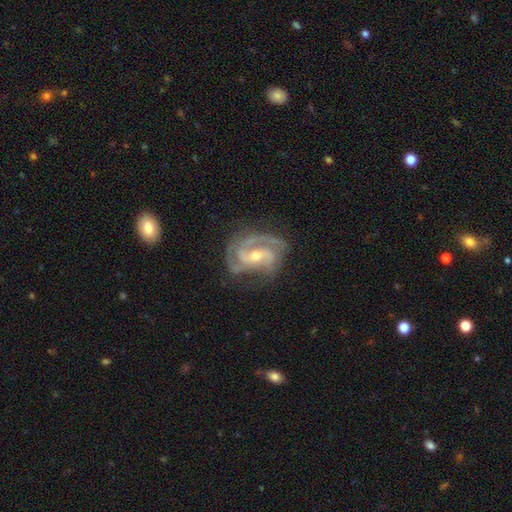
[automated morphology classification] A featured or disk galaxy (91%) with a weak bar (42%), 3 (47%) tight (47%) spiral arms (98%) and a moderate central bulge (49%).

Vote fractions:
- Smooth or featured? featured or disk: 91% / star or artifact: 5% / smooth: 4%
- Edge-on disk? no: 98% / yes: 2%
- Bar? weak: 42% / no: 34% / strong: 24%
- Spiral arms? yes: 98% / no: 2%
- Spiral winding? tight: 47% / medium: 45% / loose: 8%
- Spiral arm count? 3: 47% / 2: 32% / can't tell: 8% / 4: 6% / 1: 4% / more than 4: 4%
- Bulge size? moderate: 49% / small: 47% / large: 1% / none: 1% / dominant: 1%
- Merging? none: 68% / minor disturbance: 21% / major disturbance: 10% / merger: 2%